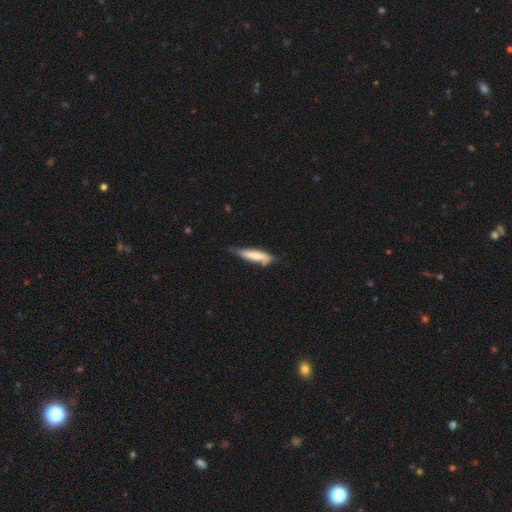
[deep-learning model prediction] This is likely a smooth galaxy (73%). How rounded: likely cigar-shaped (72%). Merging: possibly none (48%).